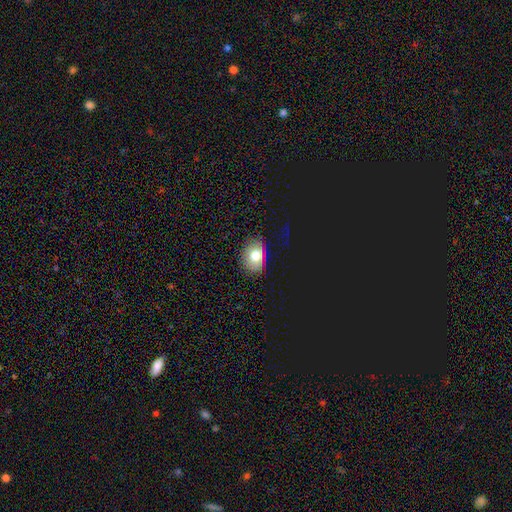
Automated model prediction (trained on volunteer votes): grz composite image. It shows a smooth galaxy with no disk features (69%) that is in between round and cigar-shaped (59%). Merging: none (82%).